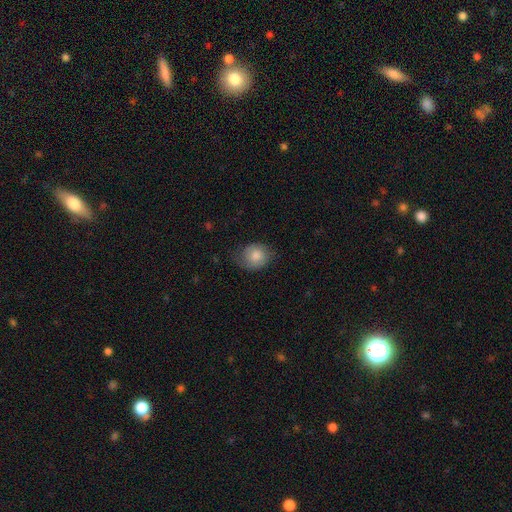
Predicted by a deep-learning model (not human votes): This appears to be a smooth galaxy with no disk features (77%) that is round (66%). Merging: none (63%).